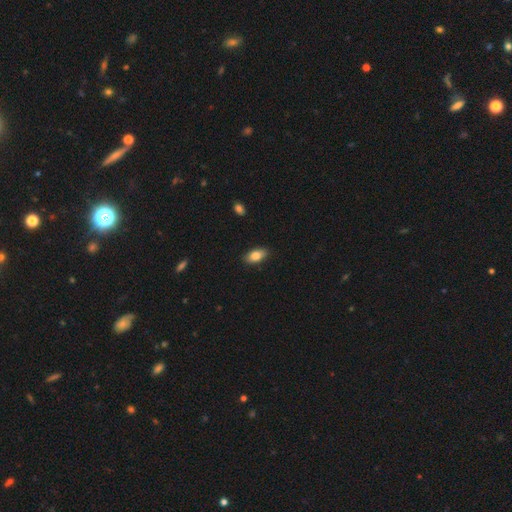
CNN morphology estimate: This appears to be a smooth galaxy with no disk features (83%) that is in between round and cigar-shaped (90%). Merging: none (88%).